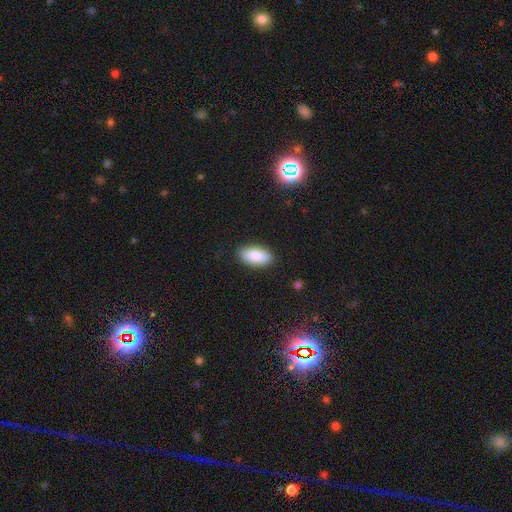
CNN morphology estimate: The model was most divided on "merging": none: 87%, minor disturbance: 9%, major disturbance: 2%, merger: 1%. More confident: how rounded — in between (94%); smooth or featured — smooth (86%).